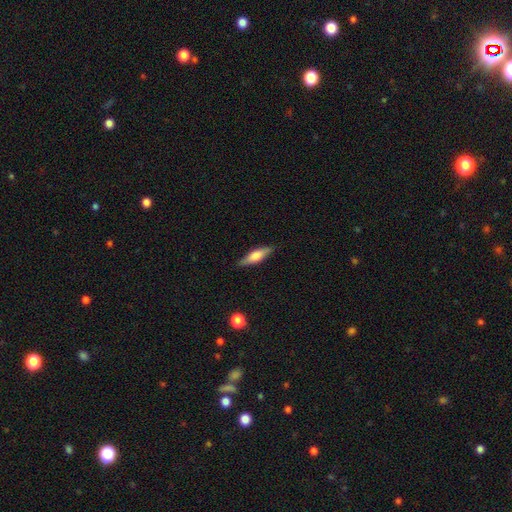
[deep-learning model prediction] This is possibly a smooth galaxy (57%). How rounded: possibly cigar-shaped (57%). Merging: clearly none (86%).